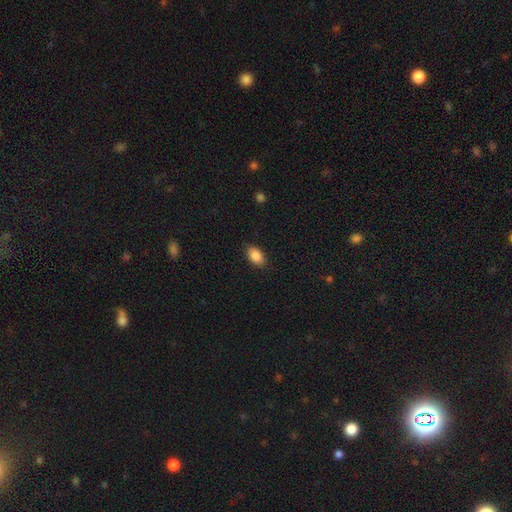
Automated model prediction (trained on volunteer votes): This appears to be a smooth galaxy with no disk features (88%) that is in between round and cigar-shaped (92%). Merging: none (88%).